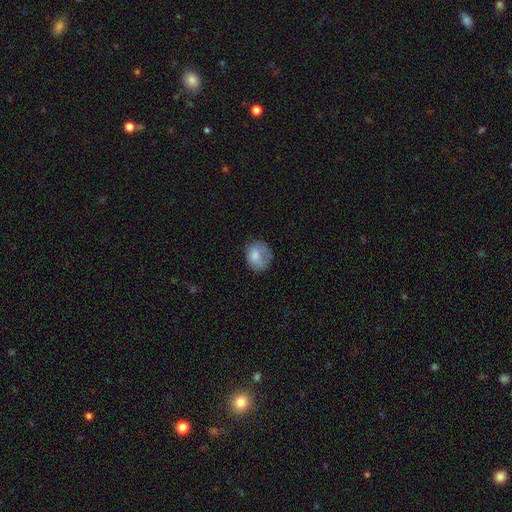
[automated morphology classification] The model was most divided on "how rounded": round: 60%, in between: 39%, cigar-shaped: 1%. More confident: smooth or featured — smooth (77%); merging — none (54%).